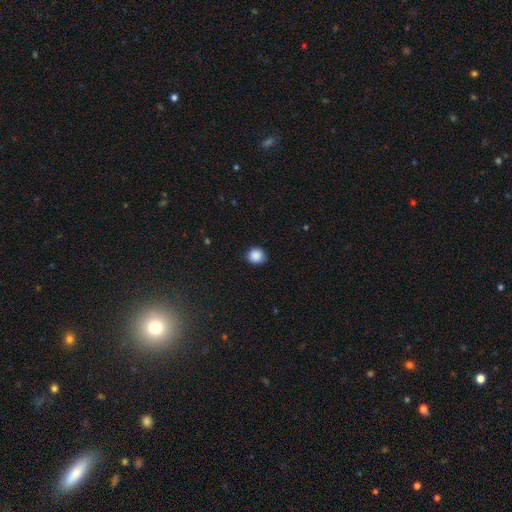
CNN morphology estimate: Smooth or featured?
  - smooth: 88% *
  - star or artifact: 9%
  - featured or disk: 3%
How rounded?
  - round: 86% *
  - in between: 13%
  - cigar-shaped: 1%
Merging?
  - none: 86% *
  - minor disturbance: 11%
  - major disturbance: 2%
  - merger: 1%